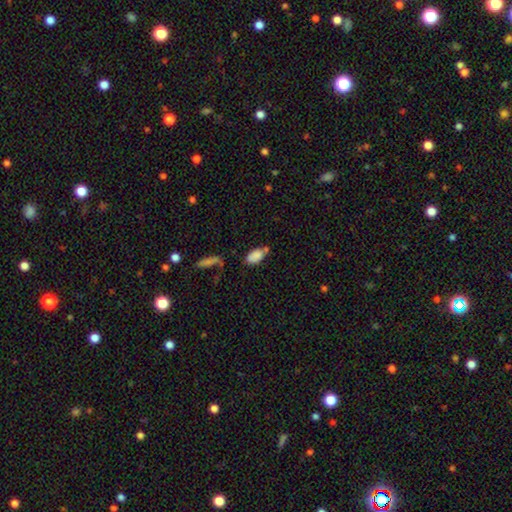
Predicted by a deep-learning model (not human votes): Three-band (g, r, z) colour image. It shows a smooth galaxy with no disk features (83%) that is in between round and cigar-shaped (91%). Merging: none (53%).